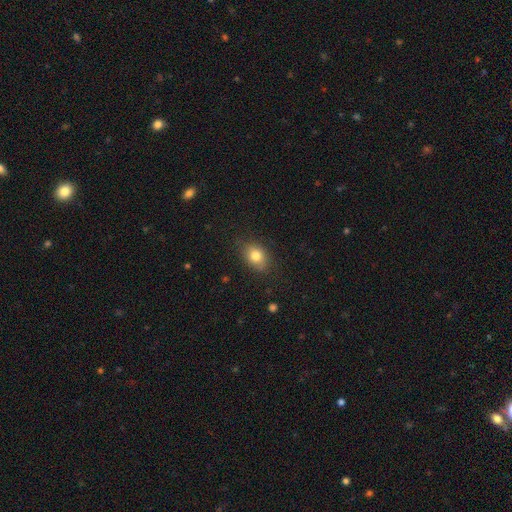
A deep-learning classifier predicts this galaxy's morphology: smooth_or_featured: smooth (p=0.81) [alt: featured or disk p=0.10]
how_rounded: in between (p=0.67) [alt: round p=0.31]
merging: none (p=0.80) [alt: minor disturbance p=0.15]